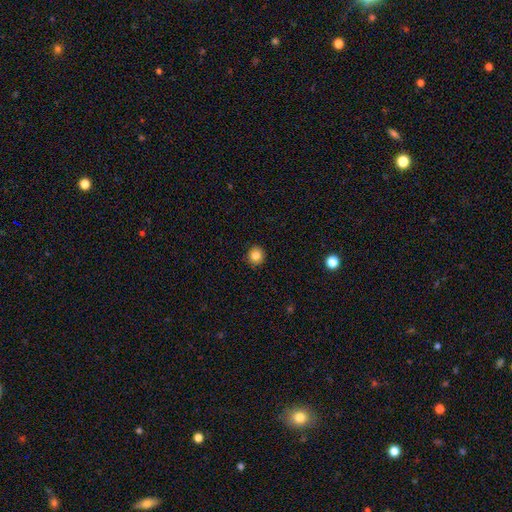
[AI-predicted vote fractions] Smooth or featured? smooth (83%)
How rounded? round (94%)
Merging? none (92%)